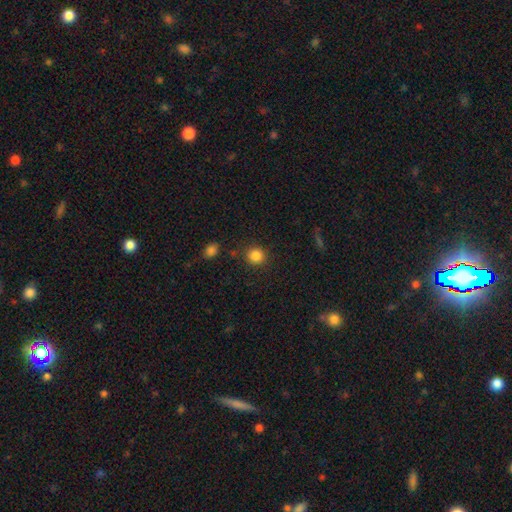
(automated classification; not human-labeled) A smooth galaxy with no disk features (85%) that is round (90%).

Vote fractions:
- Smooth or featured? smooth: 85% / star or artifact: 11% / featured or disk: 4%
- How rounded? round: 90% / in between: 9% / cigar-shaped: 1%
- Merging? none: 86% / minor disturbance: 8% / major disturbance: 3% / merger: 3%